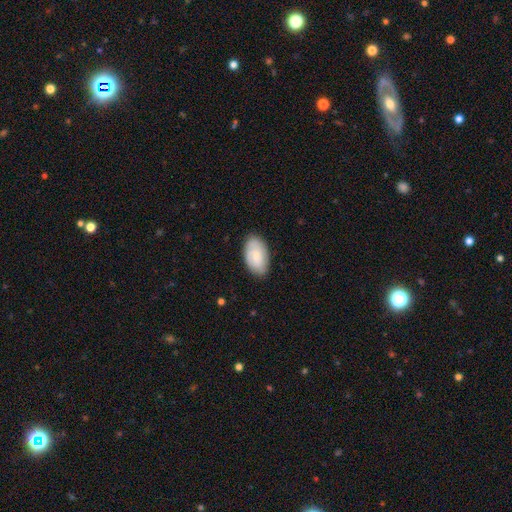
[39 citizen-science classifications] smooth 74%, featured or disk 21%, star or artifact 5%. Down the decision tree: how rounded — in between (97%); merging — none (92%).